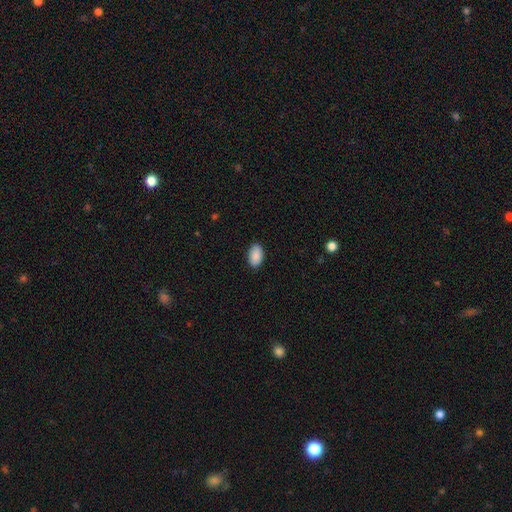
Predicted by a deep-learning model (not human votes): This is clearly a smooth galaxy (90%). How rounded: clearly in between (94%). Merging: clearly none (88%).